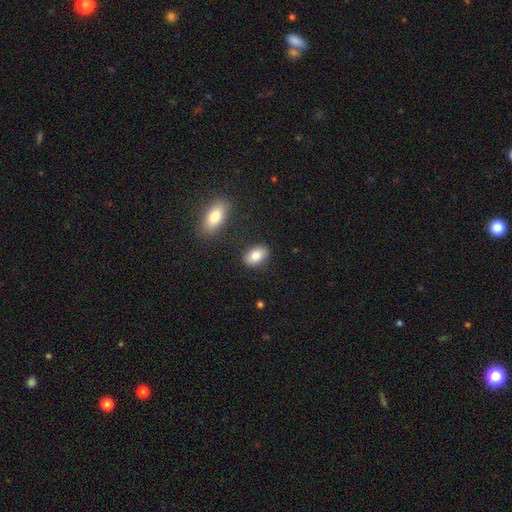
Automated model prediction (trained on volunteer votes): Smooth or featured?
  - smooth: 84% *
  - featured or disk: 9%
  - star or artifact: 7%
How rounded?
  - in between: 89% *
  - round: 9%
  - cigar-shaped: 2%
Merging?
  - none: 84% *
  - minor disturbance: 10%
  - merger: 3%
  - major disturbance: 2%